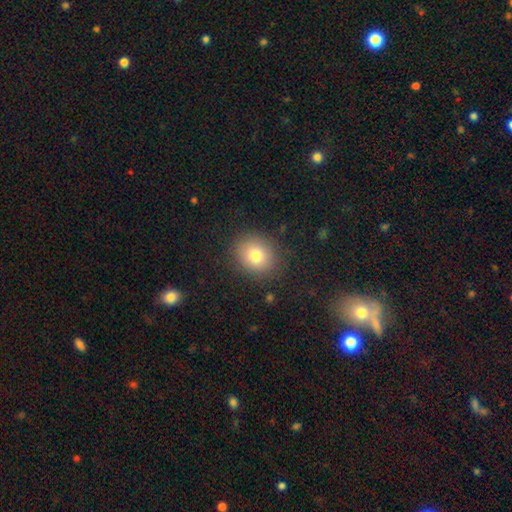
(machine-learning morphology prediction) Smooth or featured?
  - smooth: 79% *
  - star or artifact: 11%
  - featured or disk: 10%
How rounded?
  - round: 71% *
  - in between: 28%
  - cigar-shaped: 1%
Merging?
  - none: 86% *
  - minor disturbance: 9%
  - major disturbance: 3%
  - merger: 1%